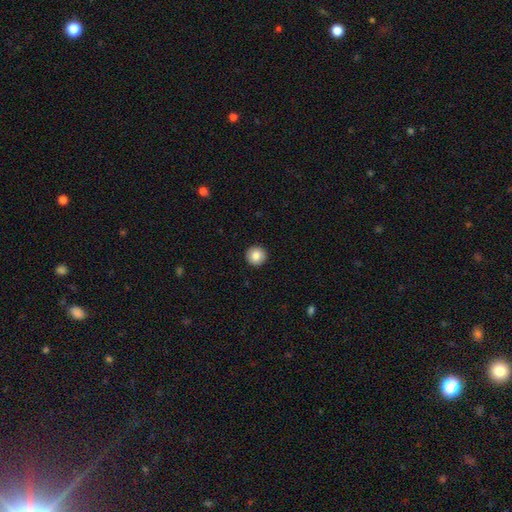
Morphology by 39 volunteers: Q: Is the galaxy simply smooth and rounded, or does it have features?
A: smooth — 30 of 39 (77%).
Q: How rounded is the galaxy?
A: round — 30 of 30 (100%).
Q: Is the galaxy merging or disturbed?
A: none — 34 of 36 (94%).